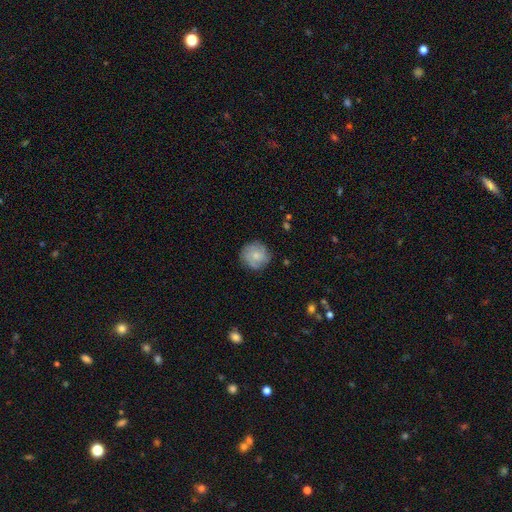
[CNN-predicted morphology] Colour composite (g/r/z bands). It shows a smooth galaxy with no disk features (55%) that is round (91%). Merging: none (79%).